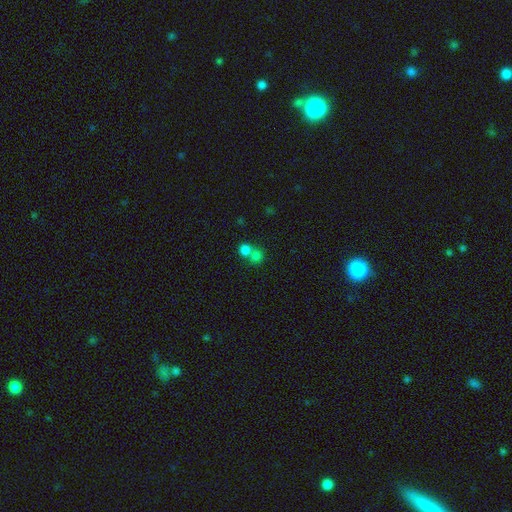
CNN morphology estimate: type=smooth (77%); roundness=round (84%); merging=merger (52%).